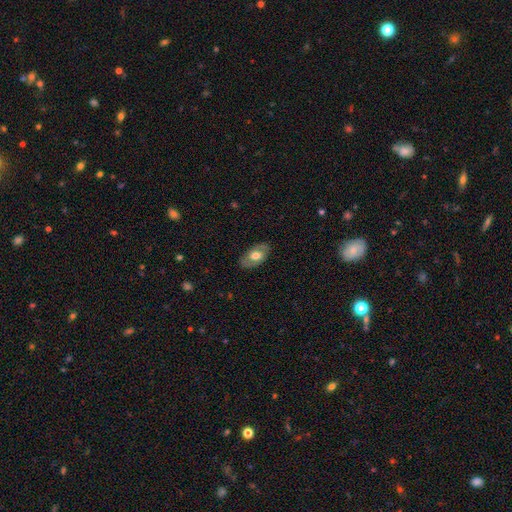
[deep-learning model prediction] A featured or disk galaxy (52%).

Vote fractions:
- Smooth or featured? featured or disk: 52% / smooth: 42% / star or artifact: 6%
- Edge-on disk? no: 91% / yes: 9%
- Merging? none: 83% / minor disturbance: 13% / major disturbance: 3% / merger: 1%